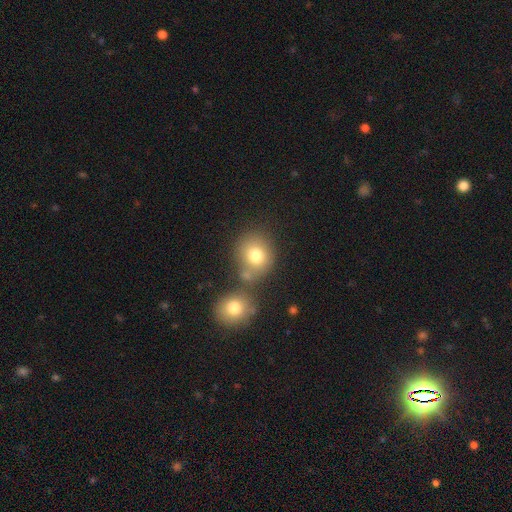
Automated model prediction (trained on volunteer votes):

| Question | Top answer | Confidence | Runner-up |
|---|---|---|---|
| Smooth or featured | smooth | 77% | star or artifact (11%) |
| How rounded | round | 76% | in between (23%) |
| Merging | none | 53% | merger (31%) |